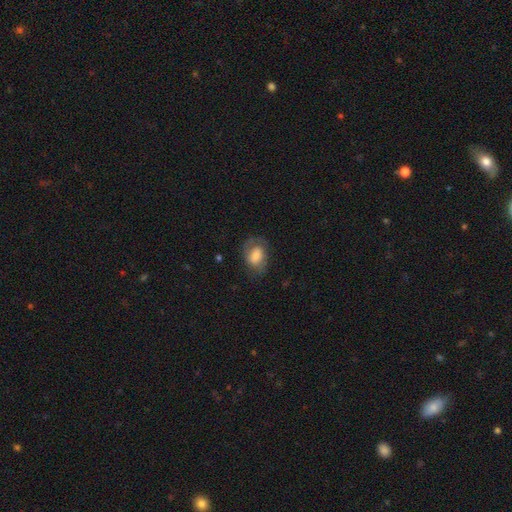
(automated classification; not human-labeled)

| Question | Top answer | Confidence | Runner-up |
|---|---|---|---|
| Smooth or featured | smooth | 59% | featured or disk (33%) |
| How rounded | in between | 69% | round (30%) |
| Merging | none | 59% | minor disturbance (24%) |